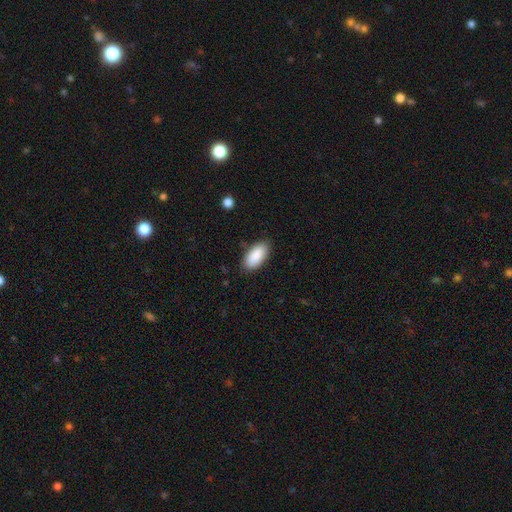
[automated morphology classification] Overall: smooth (89%). How rounded: in between (93%). Merging: none (85%).